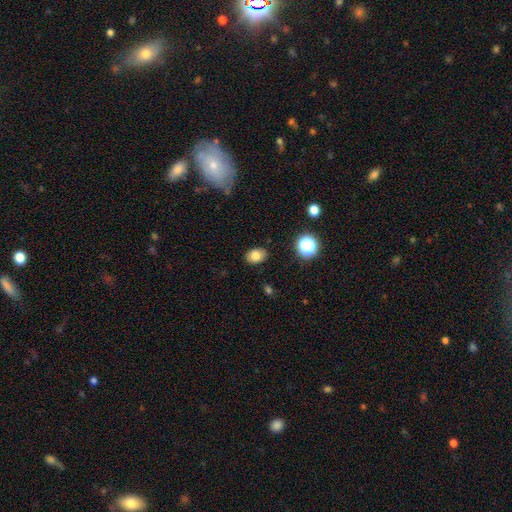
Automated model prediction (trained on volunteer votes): smooth_or_featured: smooth (p=0.79) [alt: star or artifact p=0.11]
how_rounded: in between (p=0.71) [alt: round p=0.28]
merging: none (p=0.84) [alt: minor disturbance p=0.12]